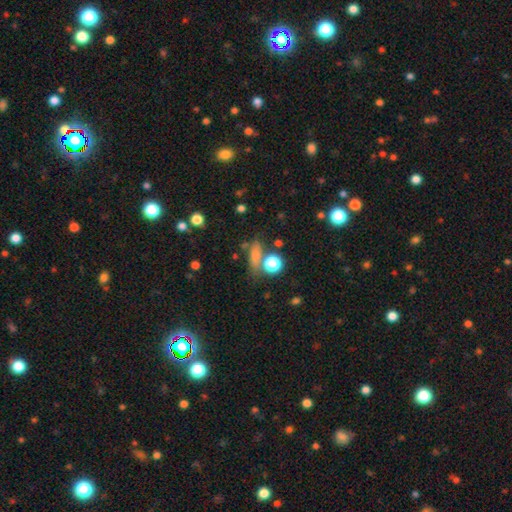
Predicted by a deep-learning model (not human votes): smooth 68%, star or artifact 20%, featured or disk 12%. Down the decision tree: how rounded — in between (41%); merging — none (63%).